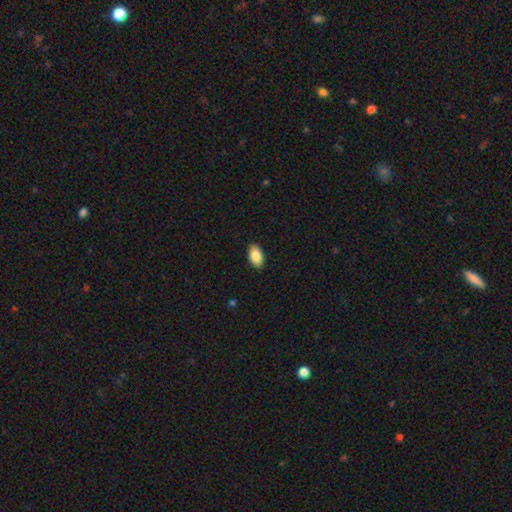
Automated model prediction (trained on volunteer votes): This appears to be a smooth galaxy with no disk features (86%) that is in between round and cigar-shaped (94%). Merging: none (89%).